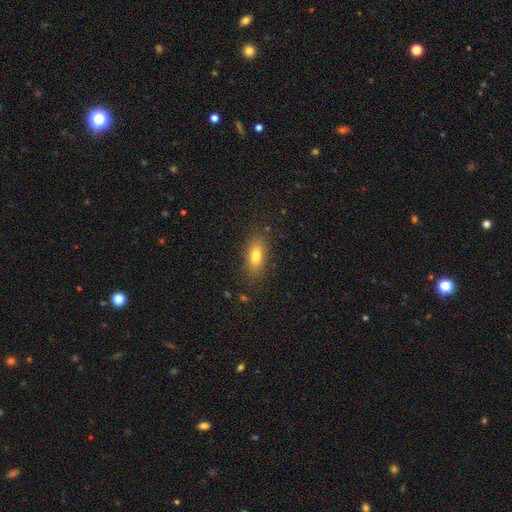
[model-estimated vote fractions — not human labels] smooth_or_featured: smooth (p=0.79) [alt: featured or disk p=0.12]
how_rounded: in between (p=0.82) [alt: cigar-shaped p=0.13]
merging: none (p=0.83) [alt: minor disturbance p=0.12]